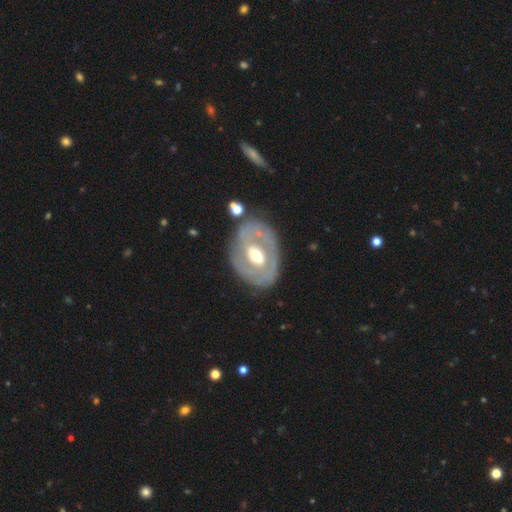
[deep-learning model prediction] A featured or disk galaxy (68%) with no bar (45%), no spiral arms (61%) and a moderate central bulge (70%). Merging: none (69%).